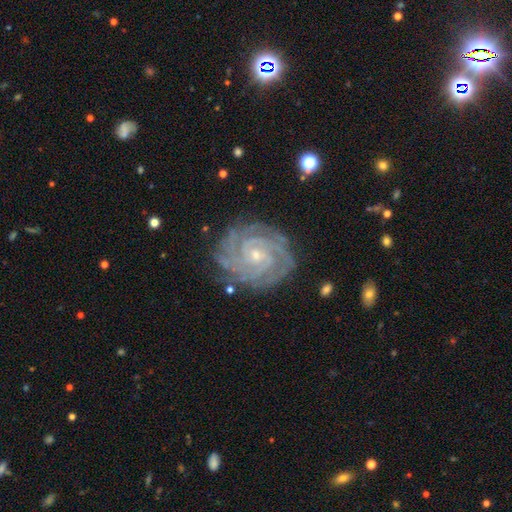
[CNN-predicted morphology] Smooth or featured? Predicted: featured or disk (p=0.91). Edge-on disk? Predicted: no (p=0.98). Bar? Predicted: no (p=0.65). Spiral arms? Predicted: yes (p=0.99). Spiral winding? Predicted: tight (p=0.84). Spiral arm count? Predicted: 4 (p=0.27). Bulge size? Predicted: small (p=0.76). Merging? Predicted: none (p=0.82).